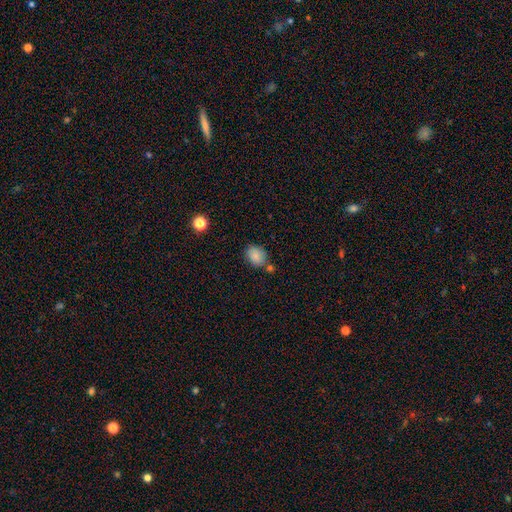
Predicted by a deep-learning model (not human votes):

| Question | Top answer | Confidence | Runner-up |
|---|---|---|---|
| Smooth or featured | smooth | 83% | star or artifact (9%) |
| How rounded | in between | 50% | round (48%) |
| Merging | none | 68% | minor disturbance (16%) |